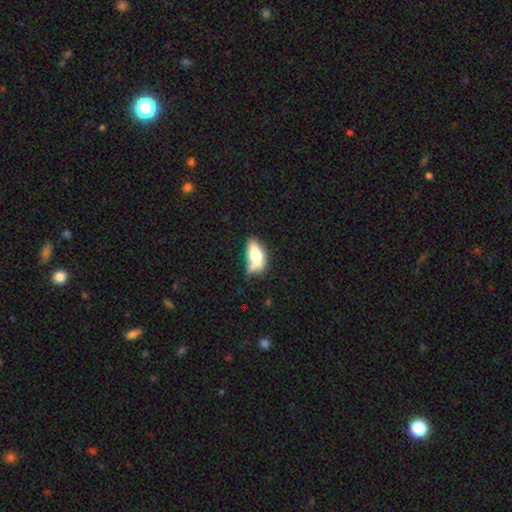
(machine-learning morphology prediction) smooth 61%, featured or disk 31%, star or artifact 8%. Down the decision tree: how rounded — in between (85%); merging — none (37%).